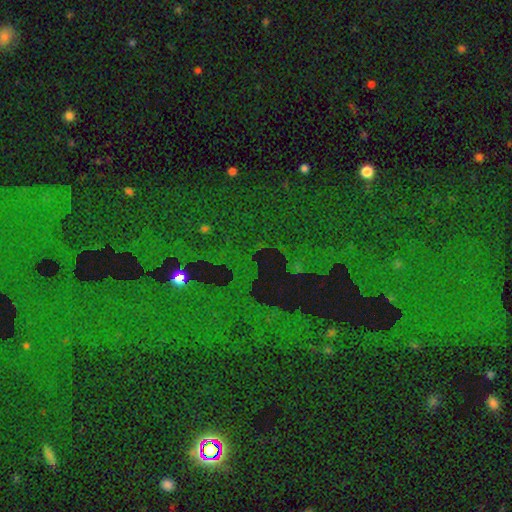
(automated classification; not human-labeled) Overall: star or artifact (81%).